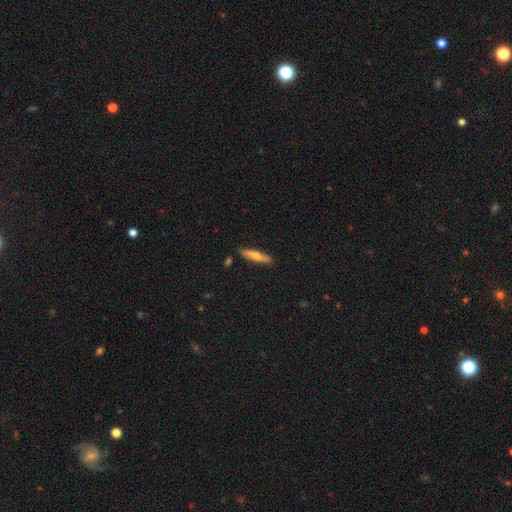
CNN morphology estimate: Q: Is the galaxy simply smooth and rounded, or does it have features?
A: smooth — 51%.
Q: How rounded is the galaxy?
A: cigar-shaped — 85%.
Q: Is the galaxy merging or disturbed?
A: none — 87%.